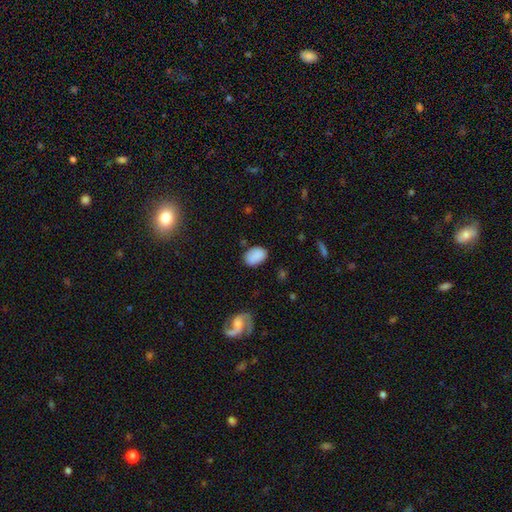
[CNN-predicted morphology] A smooth galaxy with no disk features (86%) that is in between round and cigar-shaped (83%). Merging: none (75%).